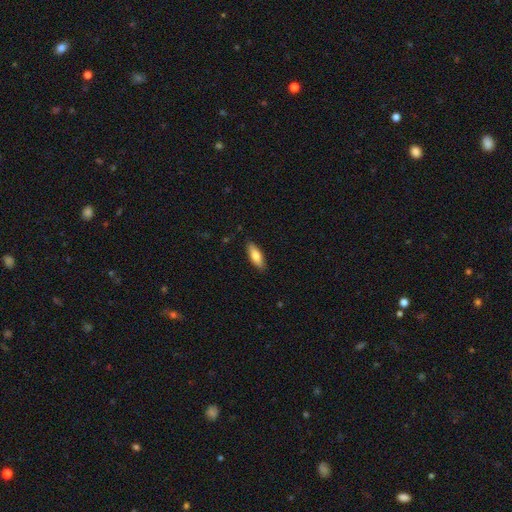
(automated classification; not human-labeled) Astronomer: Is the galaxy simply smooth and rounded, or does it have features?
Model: smooth — 79%.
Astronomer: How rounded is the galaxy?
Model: in between — 64%.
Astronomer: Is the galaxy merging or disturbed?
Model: none — 87%.